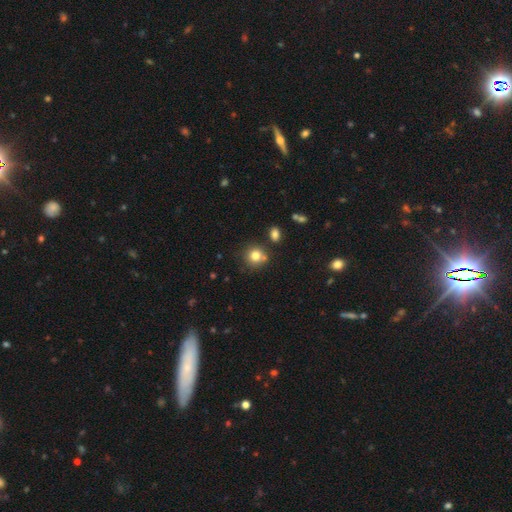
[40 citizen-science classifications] smooth_or_featured: smooth (p=0.78) [alt: featured or disk p=0.12]
how_rounded: round (p=0.94) [alt: in between p=0.06]
merging: none (p=0.72) [alt: merger p=0.14]